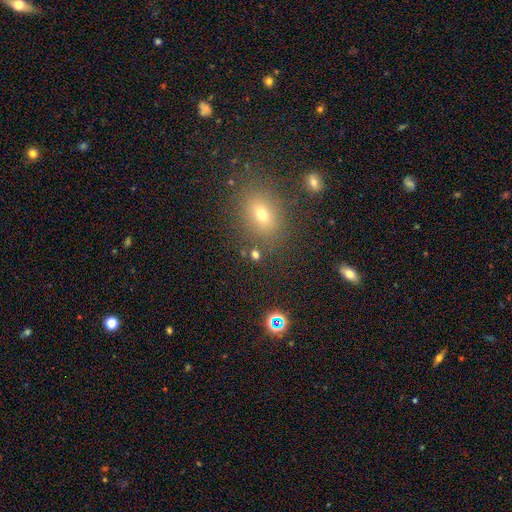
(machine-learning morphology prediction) A smooth galaxy with no disk features (59%) that is in between round and cigar-shaped (58%). Merging: none (81%).